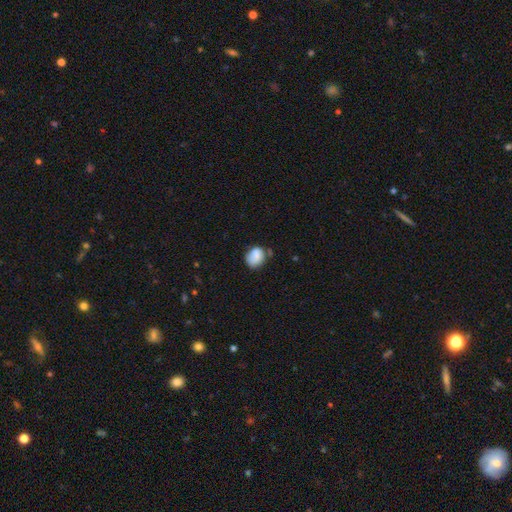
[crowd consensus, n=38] smooth 79%, featured or disk 16%, star or artifact 5%. Down the decision tree: how rounded — round (63%); merging — none (61%).